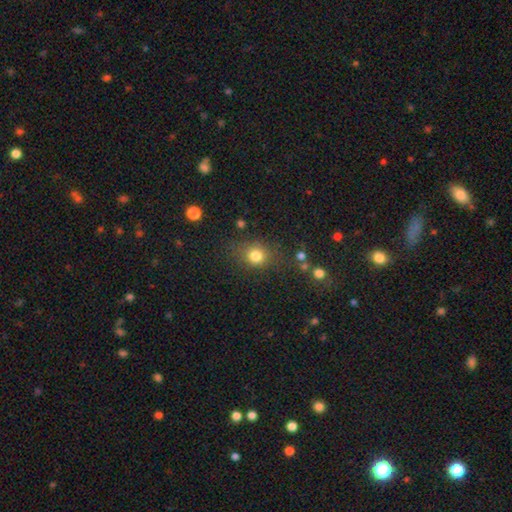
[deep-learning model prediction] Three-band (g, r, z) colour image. It shows a smooth galaxy with no disk features (80%) that is round (72%). Merging: none (74%).